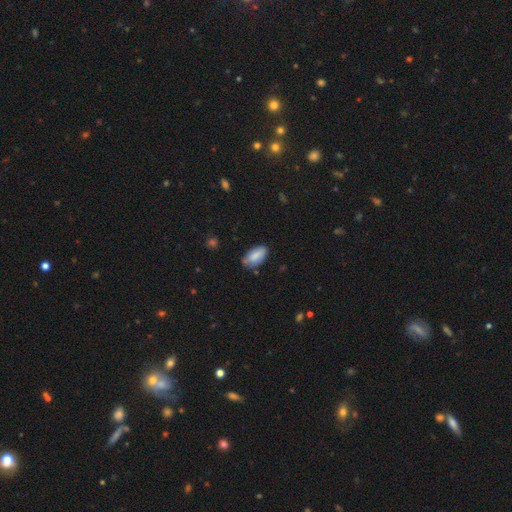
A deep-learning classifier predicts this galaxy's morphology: Smooth or featured? Predicted: smooth (p=0.84). How rounded? Predicted: in between (p=0.93). Merging? Predicted: none (p=0.70).